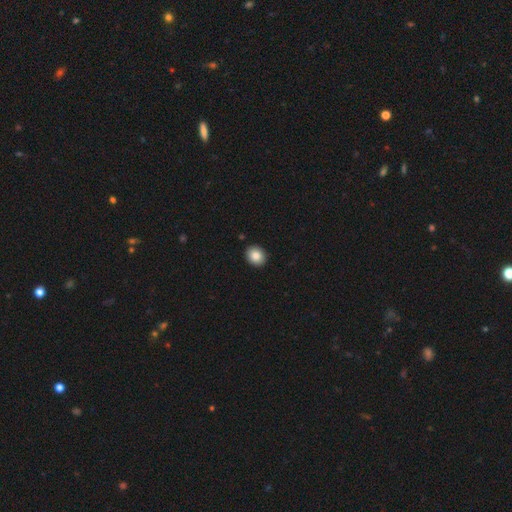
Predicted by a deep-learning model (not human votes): A smooth galaxy with no disk features (86%) that is round (61%).

Vote fractions:
- Smooth or featured? smooth: 86% / star or artifact: 8% / featured or disk: 6%
- How rounded? round: 61% / in between: 38% / cigar-shaped: 1%
- Merging? none: 92% / minor disturbance: 6% / major disturbance: 1% / merger: 1%